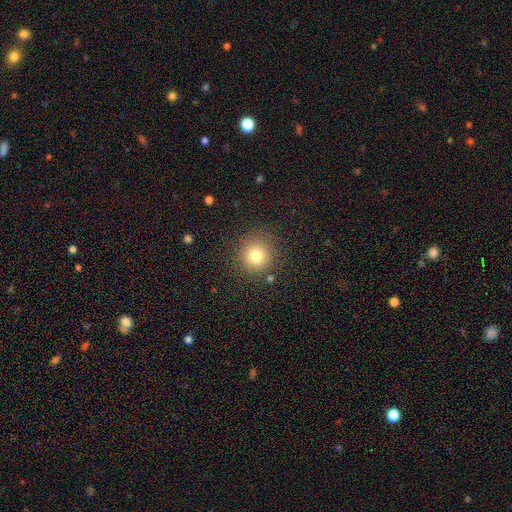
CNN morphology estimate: smooth_or_featured: smooth (p=0.78) [alt: star or artifact p=0.14]
how_rounded: round (p=0.93) [alt: in between p=0.06]
merging: none (p=0.86) [alt: minor disturbance p=0.08]